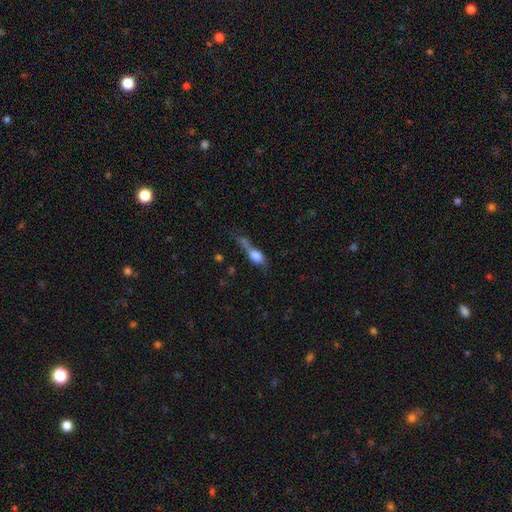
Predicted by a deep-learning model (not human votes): This appears to be a smooth galaxy with no disk features (68%) that is in between round and cigar-shaped (59%). Merging: major disturbance (31%, tied with merger).